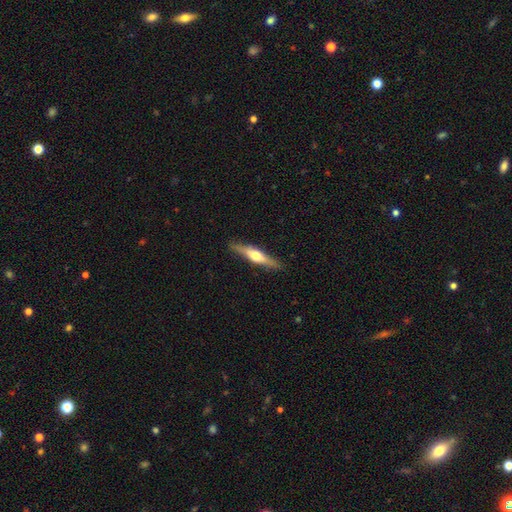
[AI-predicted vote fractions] The model was most divided on "smooth or featured": featured or disk: 59%, smooth: 35%, star or artifact: 5%. More confident: edge-on disk — yes (94%); edge-on bulge — rounded (92%); merging — none (88%).